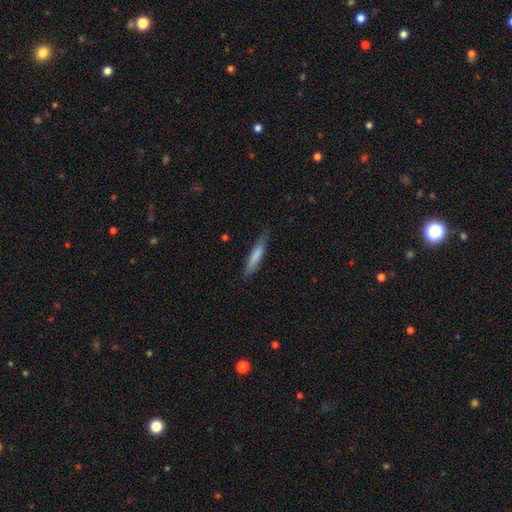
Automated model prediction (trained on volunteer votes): A smooth galaxy with no disk features (77%) that is cigar-shaped (88%). Merging: none (80%).